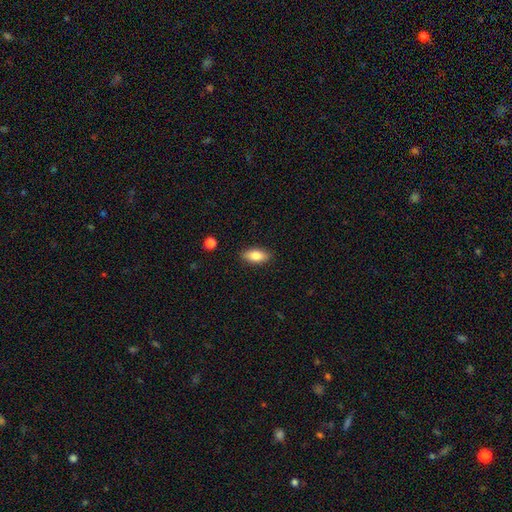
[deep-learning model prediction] Overall: smooth (81%). How rounded: in between (86%). Merging: none (88%).